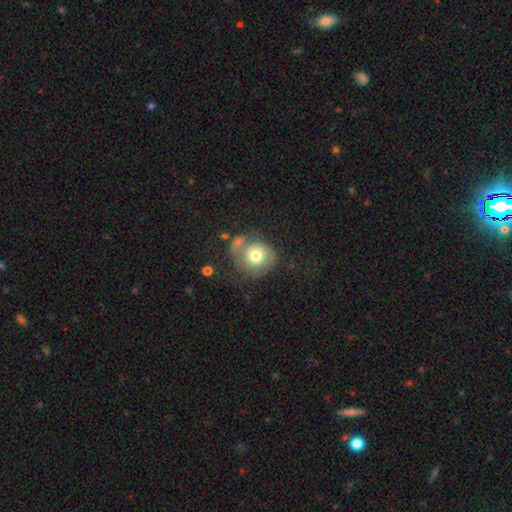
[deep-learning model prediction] Smooth or featured? Predicted: smooth (p=0.60). How rounded? Predicted: round (p=0.84). Merging? Predicted: none (p=0.43).